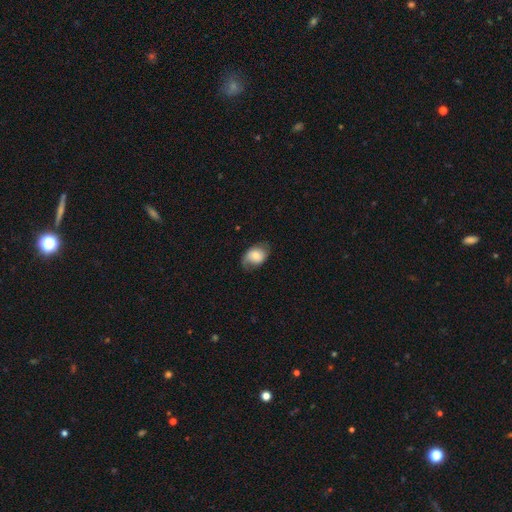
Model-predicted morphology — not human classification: Overall: smooth (58%; featured or disk 34%). How rounded: in between (70%). Merging: none (60%; minor disturbance 27%).